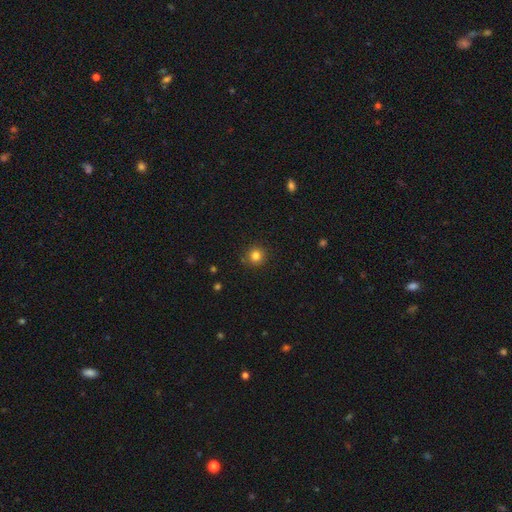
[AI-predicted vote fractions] This is clearly a smooth galaxy (82%). How rounded: clearly round (94%). Merging: clearly none (89%).